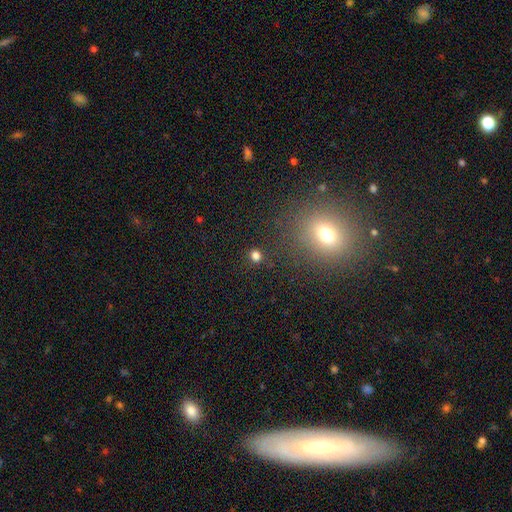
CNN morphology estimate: smooth-or-featured: smooth: 77% | star or artifact: 18% | featured or disk: 4%
  how-rounded: round: 85% | in between: 14% | cigar-shaped: 1%
  merging: none: 86% | minor disturbance: 7% | merger: 4% | major disturbance: 3%